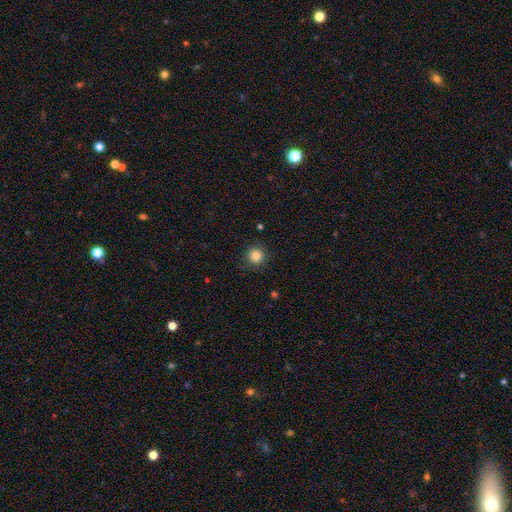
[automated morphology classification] smooth_or_featured: smooth (p=0.85) [alt: star or artifact p=0.11]
how_rounded: round (p=0.94) [alt: in between p=0.05]
merging: none (p=0.88) [alt: minor disturbance p=0.08]